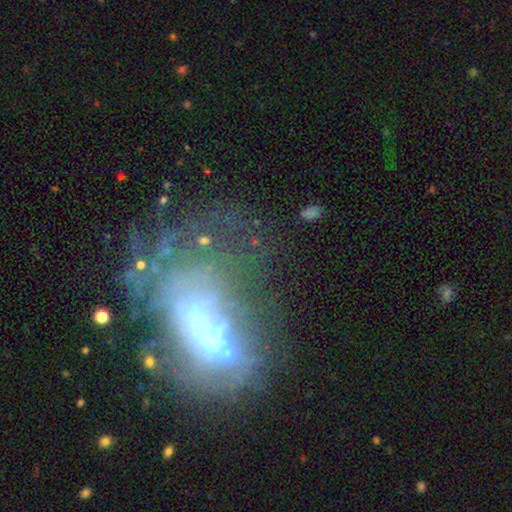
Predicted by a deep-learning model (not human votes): This is possibly a featured or disk galaxy (55%). It is clearly not viewed edge-on (94%). Bar: likely no (78%). Spiral arm pattern: clearly no (88%). Central bulge: marginally none (38%). Merging: marginally major disturbance (41%).